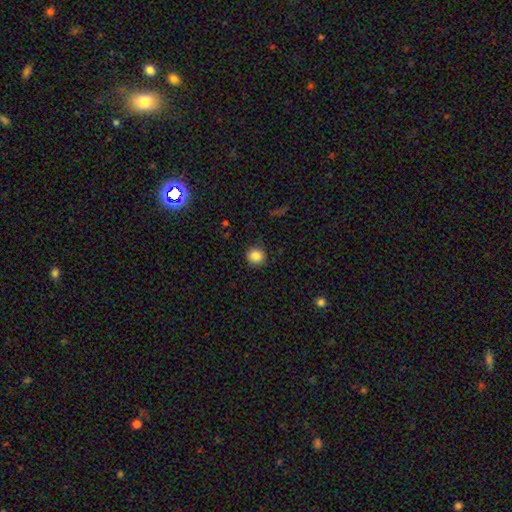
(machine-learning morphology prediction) smooth 85%, star or artifact 10%, featured or disk 5%. Down the decision tree: how rounded — round (86%); merging — none (87%).